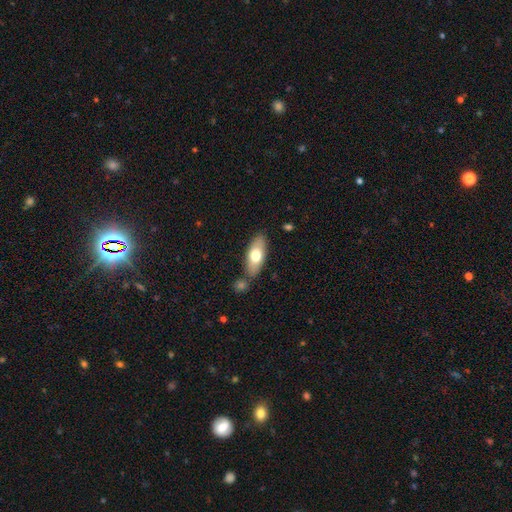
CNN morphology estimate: This is likely a smooth galaxy (67%). How rounded: clearly in between (81%). Merging: likely none (79%).